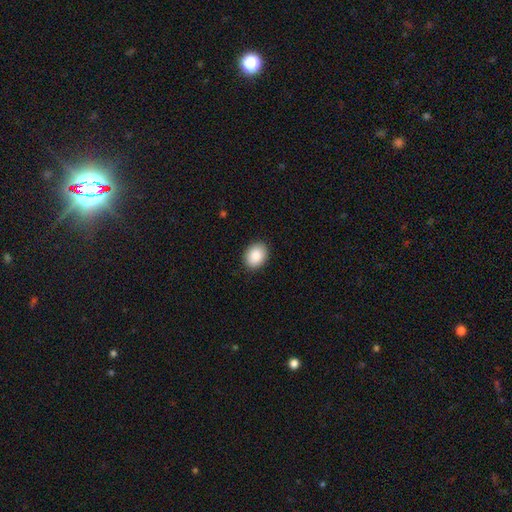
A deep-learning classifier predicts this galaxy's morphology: A smooth galaxy with no disk features (88%) that is in between round and cigar-shaped (61%).

Vote fractions:
- Smooth or featured? smooth: 88% / star or artifact: 7% / featured or disk: 5%
- How rounded? in between: 61% / round: 38% / cigar-shaped: 1%
- Merging? none: 90% / minor disturbance: 8% / major disturbance: 2% / merger: 1%